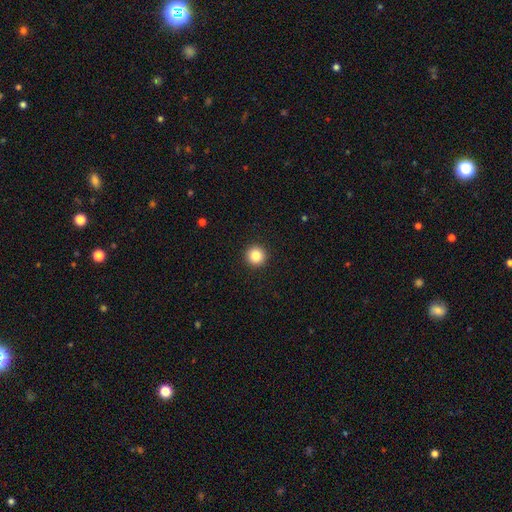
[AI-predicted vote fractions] Smooth or featured?
  - smooth: 85% *
  - star or artifact: 10%
  - featured or disk: 5%
How rounded?
  - round: 96% *
  - in between: 3%
  - cigar-shaped: 1%
Merging?
  - none: 94% *
  - minor disturbance: 4%
  - major disturbance: 1%
  - merger: 1%